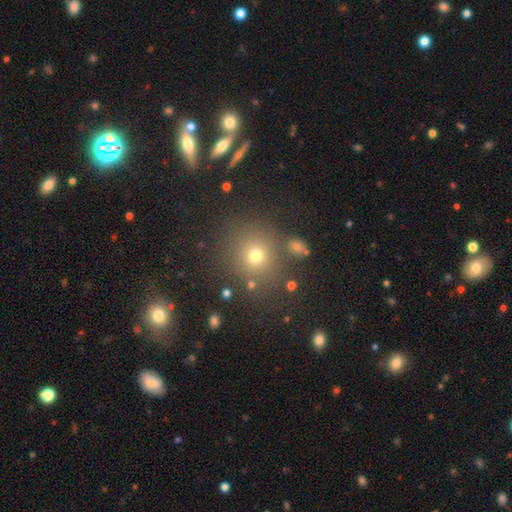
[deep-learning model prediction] Smooth or featured?
  - smooth: 70% *
  - star or artifact: 21%
  - featured or disk: 10%
How rounded?
  - round: 84% *
  - in between: 15%
  - cigar-shaped: 1%
Merging?
  - none: 80% *
  - minor disturbance: 10%
  - merger: 5%
  - major disturbance: 5%